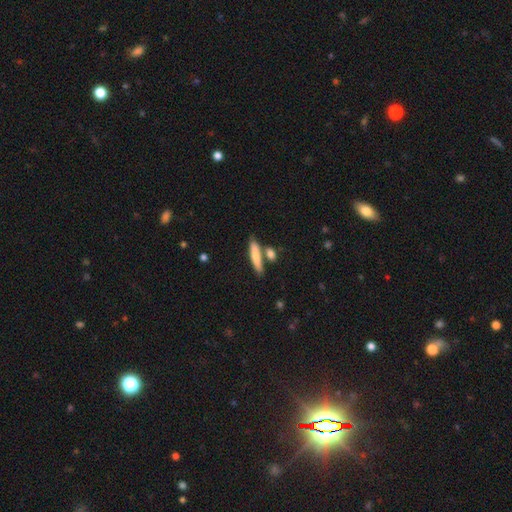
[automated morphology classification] Overall: smooth (77%). How rounded: cigar-shaped (82%). Merging: none (71%).